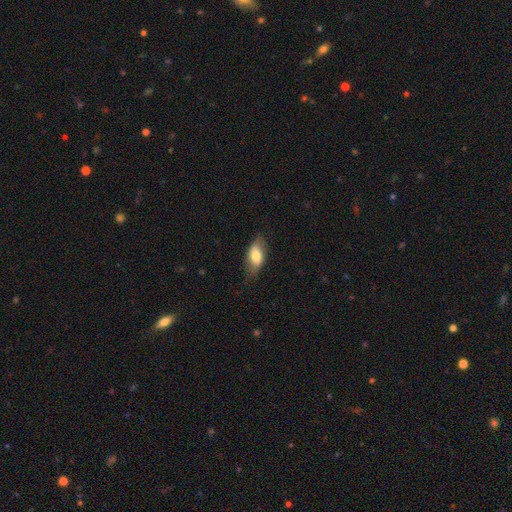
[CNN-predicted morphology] Smooth or featured: smooth — 70% (featured or disk — 23%)
How rounded: in between — 89% (cigar-shaped — 7%)
Merging: none — 70% (minor disturbance — 23%)